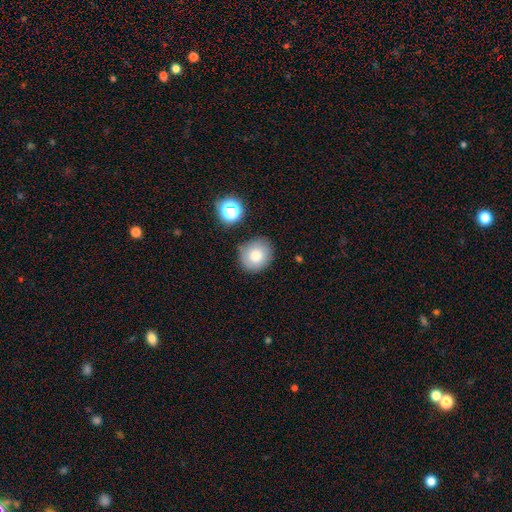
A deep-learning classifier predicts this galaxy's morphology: Overall: smooth (78%). How rounded: round (85%). Merging: none (80%).